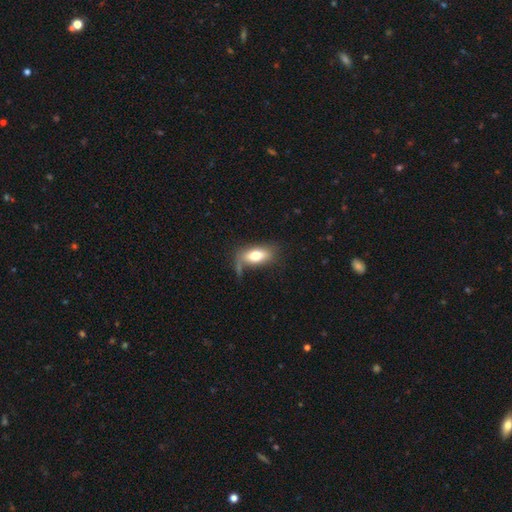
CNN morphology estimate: Smooth or featured? Predicted: smooth (p=0.73). How rounded? Predicted: in between (p=0.87). Merging? Predicted: none (p=0.49).